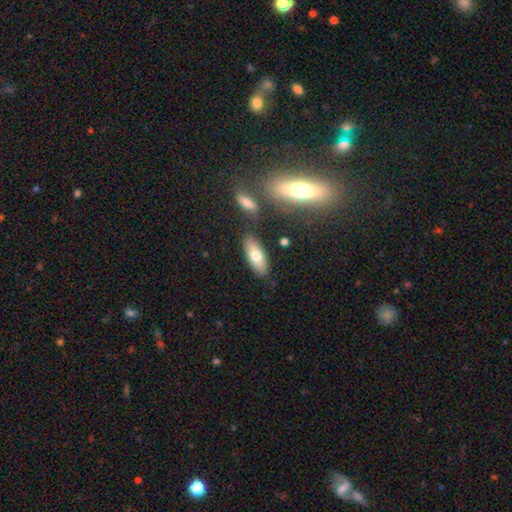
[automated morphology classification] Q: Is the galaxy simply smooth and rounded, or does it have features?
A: smooth — 72%.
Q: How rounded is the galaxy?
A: in between — 78%.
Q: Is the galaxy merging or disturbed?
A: none — 82%.